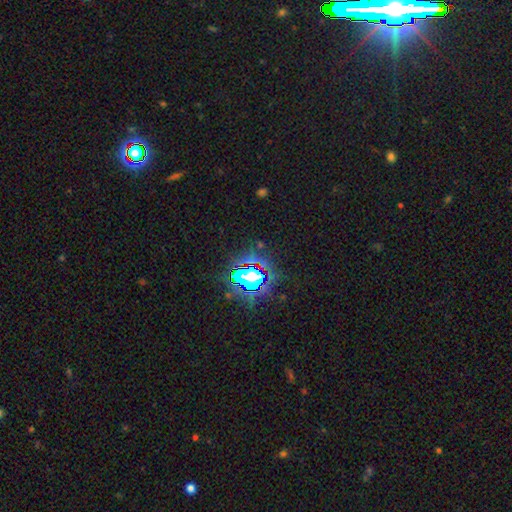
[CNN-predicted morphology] Smooth or featured?
  - star or artifact: 83% *
  - smooth: 10%
  - featured or disk: 7%